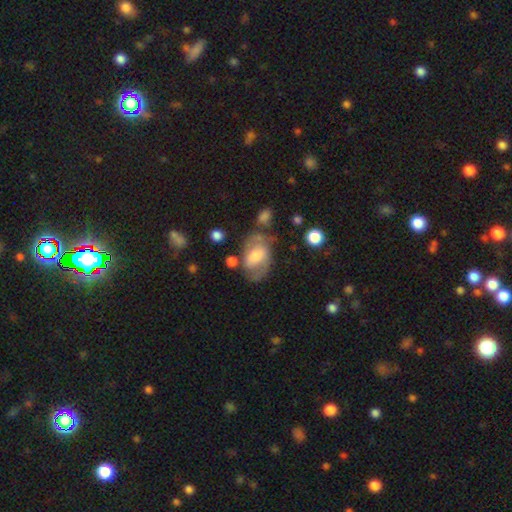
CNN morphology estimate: The model was most divided on "bar": weak: 43%, no: 38%, strong: 18%. Remaining: edge-on disk — no (95%); spiral arms — yes (75%); smooth or featured — featured or disk (57%); merging — none (53%); bulge size — moderate (44%).